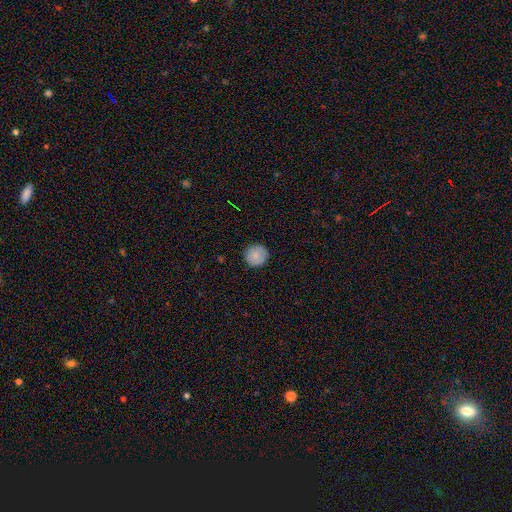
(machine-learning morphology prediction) This is clearly a smooth galaxy (85%). How rounded: clearly round (93%). Merging: clearly none (89%).